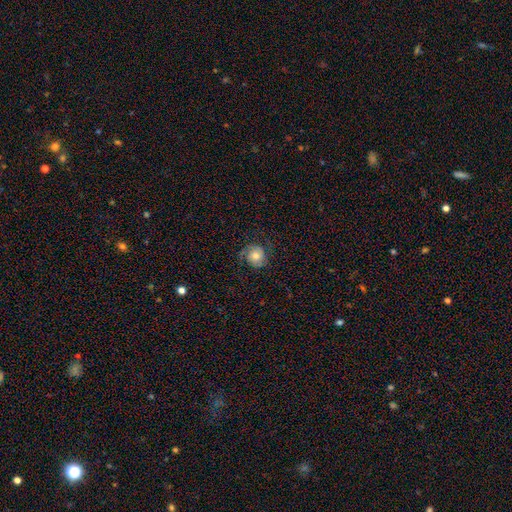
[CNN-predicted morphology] This appears to be a featured or disk galaxy (64%) with no bar (77%), 2 (83%) medium (44%) spiral arms (93%) and a moderate central bulge (60%). Merging: none (73%).